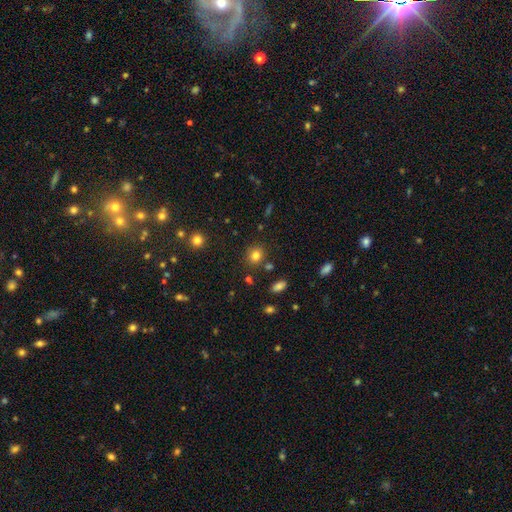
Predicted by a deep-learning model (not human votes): Overall: smooth (80%). How rounded: round (79%). Merging: none (84%).